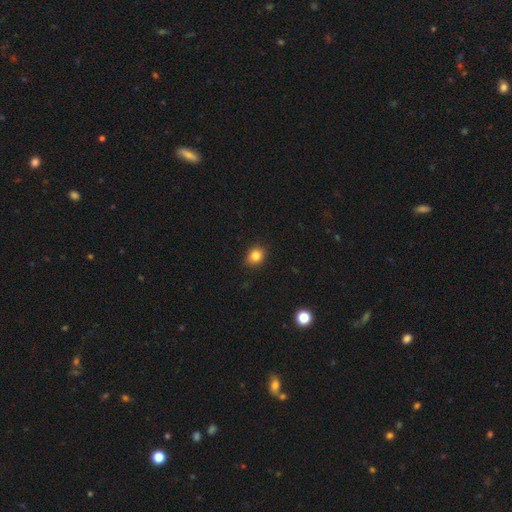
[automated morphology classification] This appears to be a smooth galaxy with no disk features (83%) that is round (64%). Merging: none (87%).